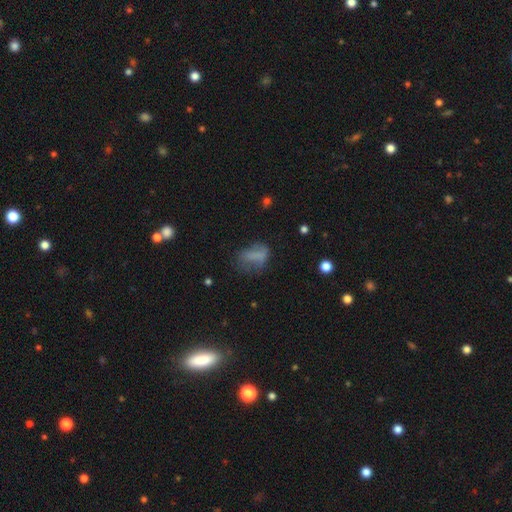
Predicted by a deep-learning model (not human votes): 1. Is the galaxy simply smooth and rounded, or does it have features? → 62% smooth, 23% featured or disk, 15% star or artifact.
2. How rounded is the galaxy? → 77% in between, 15% round, 8% cigar-shaped.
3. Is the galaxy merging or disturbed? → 43% none, 27% minor disturbance, 26% major disturbance, 4% merger.